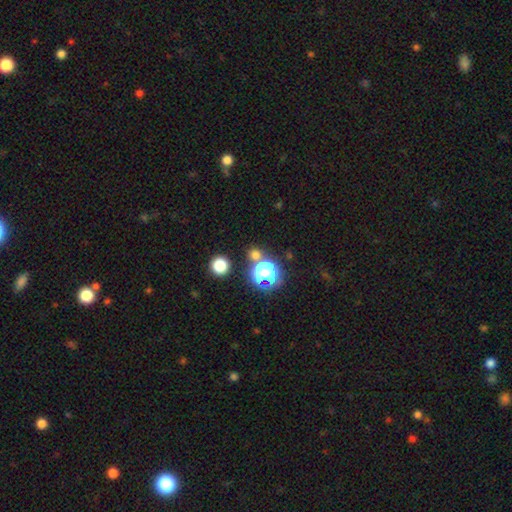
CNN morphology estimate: This appears to be a smooth galaxy with no disk features (62%) that is round (86%). Merging: none (70%).